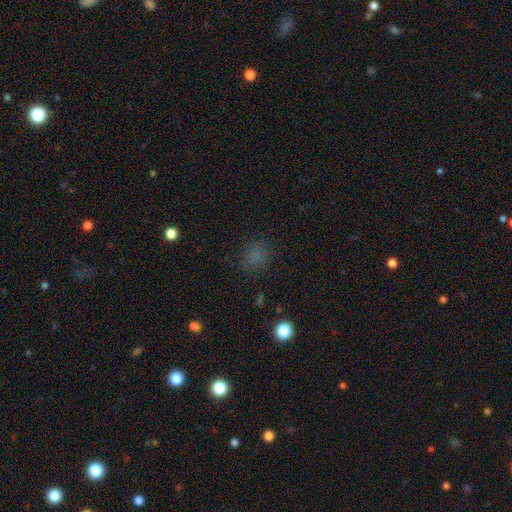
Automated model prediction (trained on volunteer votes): A smooth galaxy with no disk features (73%) that is round (65%). Merging: none (80%).